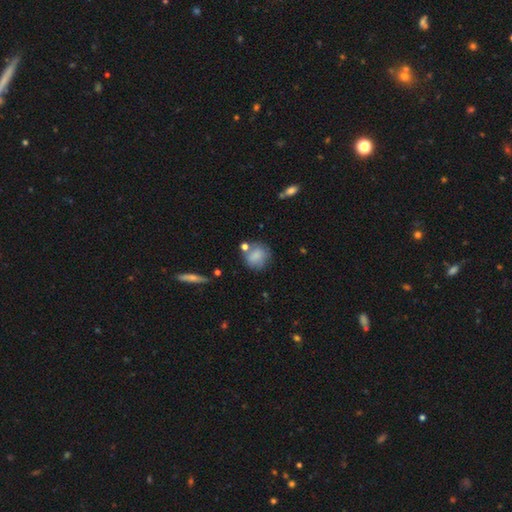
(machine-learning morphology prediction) This is likely a smooth galaxy (77%). How rounded: likely round (77%). Merging: possibly none (59%).